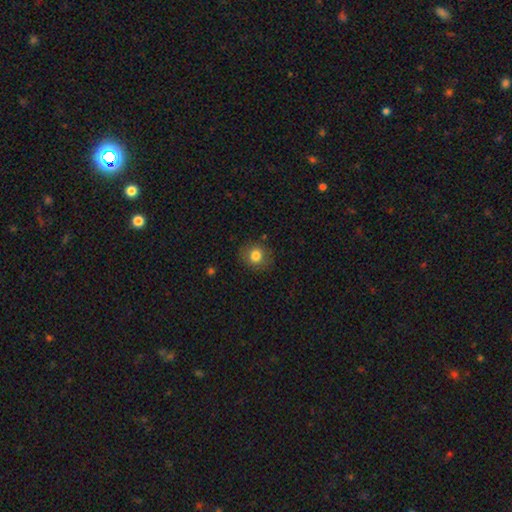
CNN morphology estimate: smooth-or-featured: smooth: 81% | star or artifact: 11% | featured or disk: 9%
  how-rounded: round: 81% | in between: 18% | cigar-shaped: 1%
  merging: none: 84% | minor disturbance: 11% | major disturbance: 3% | merger: 1%